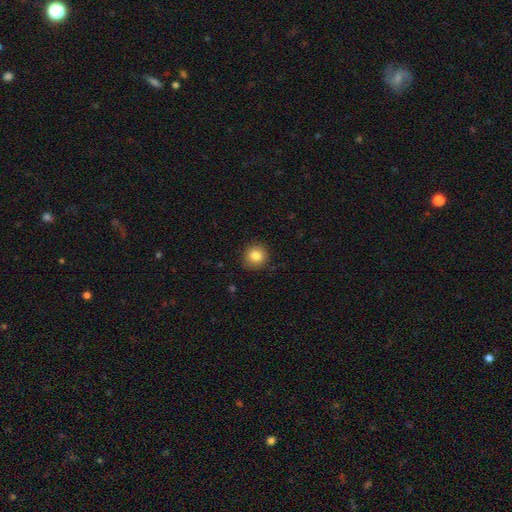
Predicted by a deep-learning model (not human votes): This is clearly a smooth galaxy (84%). How rounded: clearly round (90%). Merging: clearly none (89%).